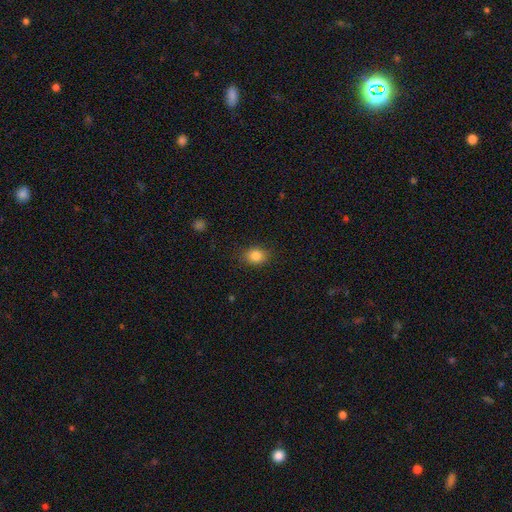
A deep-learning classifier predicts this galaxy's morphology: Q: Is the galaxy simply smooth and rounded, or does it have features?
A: smooth — 85%.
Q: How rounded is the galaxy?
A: round — 50%.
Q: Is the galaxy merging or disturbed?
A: none — 86%.